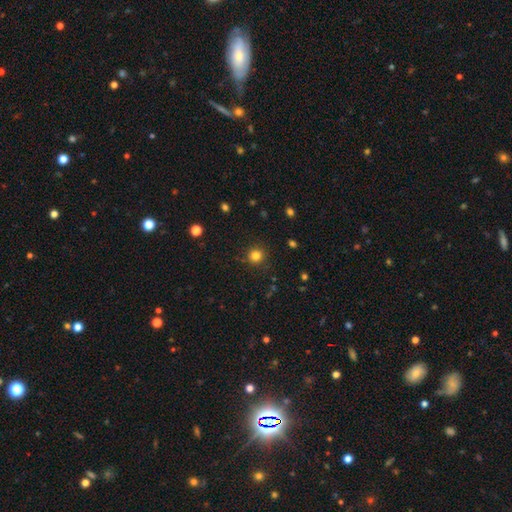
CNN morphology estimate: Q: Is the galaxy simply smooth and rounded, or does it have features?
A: smooth — 81%.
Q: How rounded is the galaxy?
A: round — 93%.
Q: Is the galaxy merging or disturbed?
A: none — 89%.